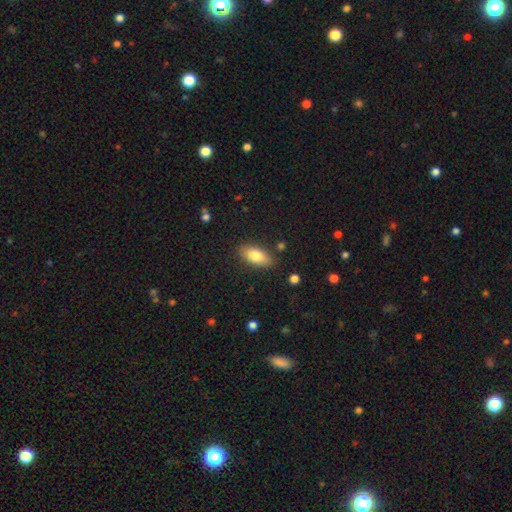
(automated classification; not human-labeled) A smooth galaxy with no disk features (79%) that is in between round and cigar-shaped (86%).

Vote fractions:
- Smooth or featured? smooth: 79% / featured or disk: 14% / star or artifact: 7%
- How rounded? in between: 86% / cigar-shaped: 10% / round: 4%
- Merging? none: 84% / minor disturbance: 11% / major disturbance: 3% / merger: 2%